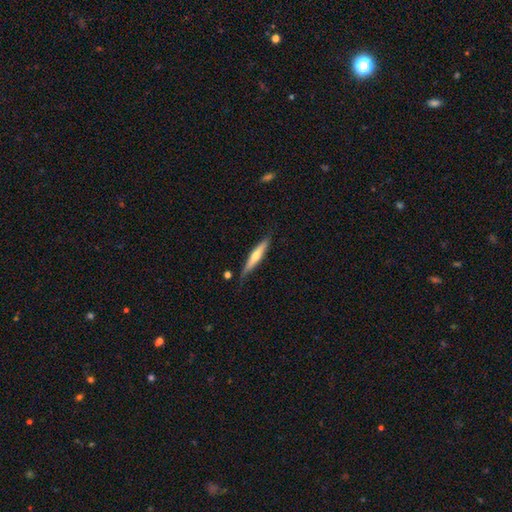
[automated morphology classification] A featured or disk galaxy (49%). Merging: none (73%).